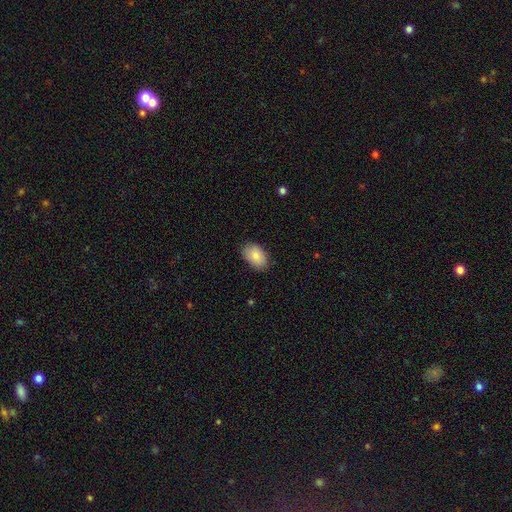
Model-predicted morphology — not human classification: The model was most divided on "merging": none: 83%, minor disturbance: 13%, major disturbance: 2%, merger: 1%. More confident: how rounded — in between (89%); smooth or featured — smooth (86%).